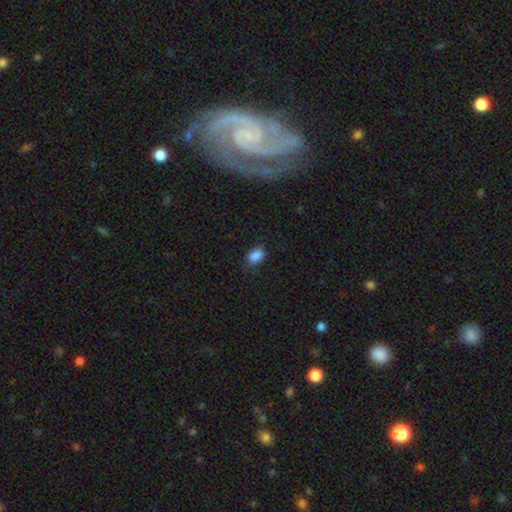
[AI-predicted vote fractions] This appears to be a smooth galaxy with no disk features (87%) that is in between round and cigar-shaped (86%). Merging: none (76%).